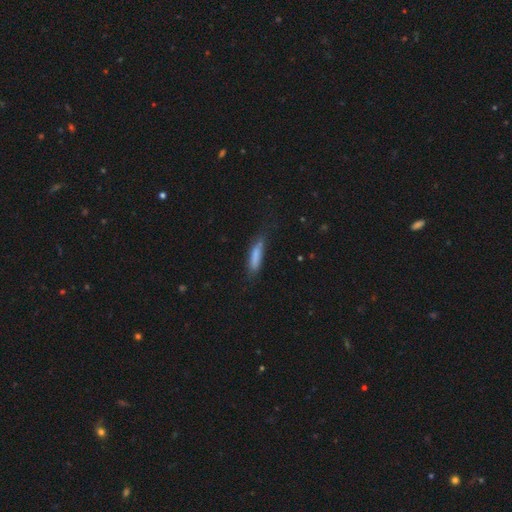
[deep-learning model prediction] Smooth or featured?
  - smooth: 77% *
  - featured or disk: 15%
  - star or artifact: 8%
How rounded?
  - cigar-shaped: 73% *
  - in between: 25%
  - round: 2%
Merging?
  - none: 61% *
  - minor disturbance: 26%
  - major disturbance: 9%
  - merger: 3%